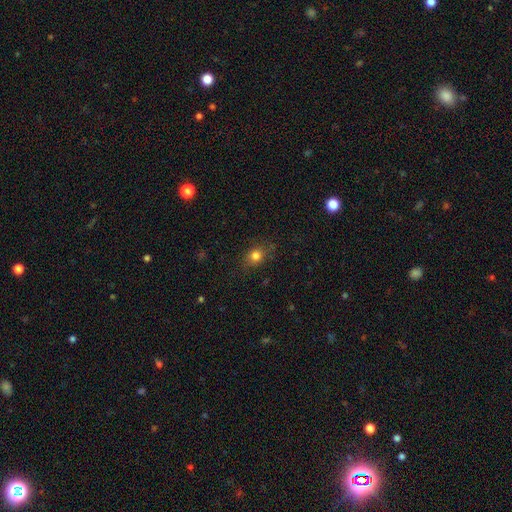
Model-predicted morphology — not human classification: Q: Smooth or featured?
A: smooth (80%); runner-up: star or artifact (13%)
Q: How rounded?
A: round (53%); runner-up: in between (45%)
Q: Merging?
A: none (80%); runner-up: minor disturbance (15%)